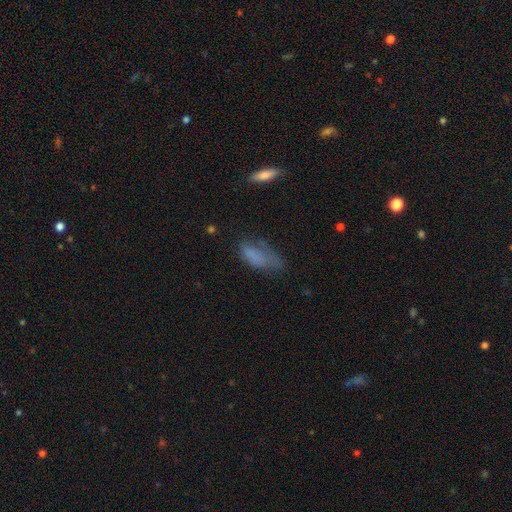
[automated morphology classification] Smooth or featured?
  - smooth: 69% *
  - featured or disk: 19%
  - star or artifact: 12%
How rounded?
  - in between: 80% *
  - cigar-shaped: 17%
  - round: 4%
Merging?
  - none: 35% *
  - minor disturbance: 32%
  - major disturbance: 29%
  - merger: 4%